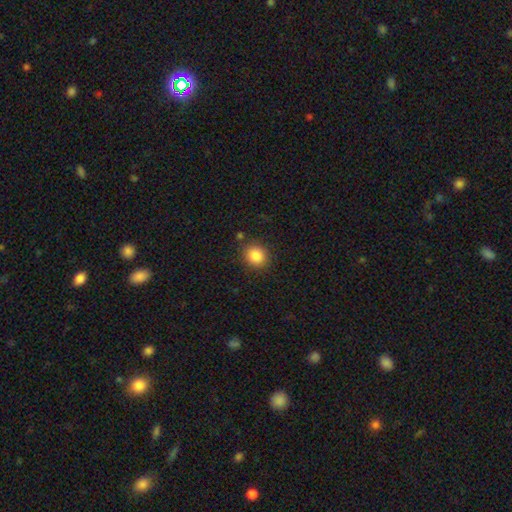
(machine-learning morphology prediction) Smooth or featured? Predicted: smooth (p=0.86). How rounded? Predicted: round (p=0.81). Merging? Predicted: none (p=0.85).